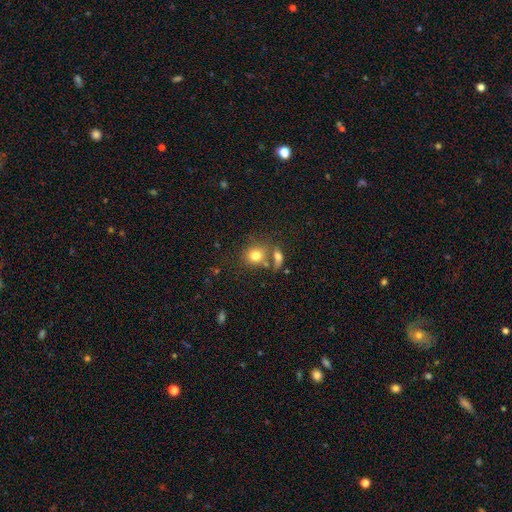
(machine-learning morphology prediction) smooth_or_featured: smooth (p=0.78) [alt: featured or disk p=0.12]
how_rounded: round (p=0.70) [alt: in between p=0.28]
merging: none (p=0.52) [alt: merger p=0.29]